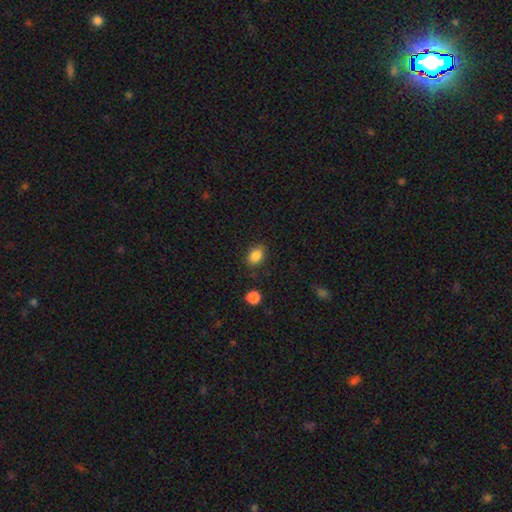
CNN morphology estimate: Q: Smooth or featured?
A: smooth (85%); runner-up: star or artifact (10%)
Q: How rounded?
A: in between (67%); runner-up: round (31%)
Q: Merging?
A: none (81%); runner-up: minor disturbance (14%)